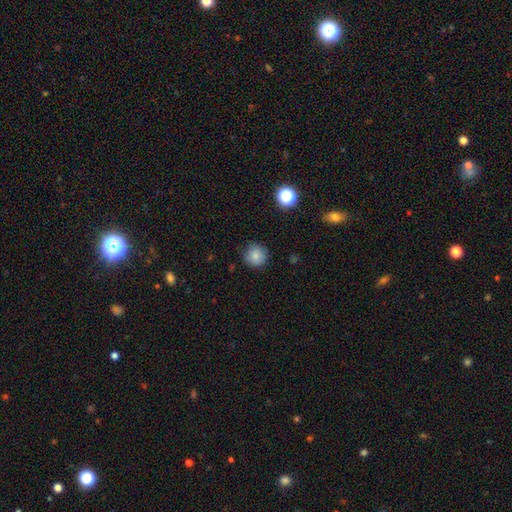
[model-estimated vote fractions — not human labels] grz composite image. It shows a smooth galaxy with no disk features (82%) that is round (93%). Merging: none (83%).